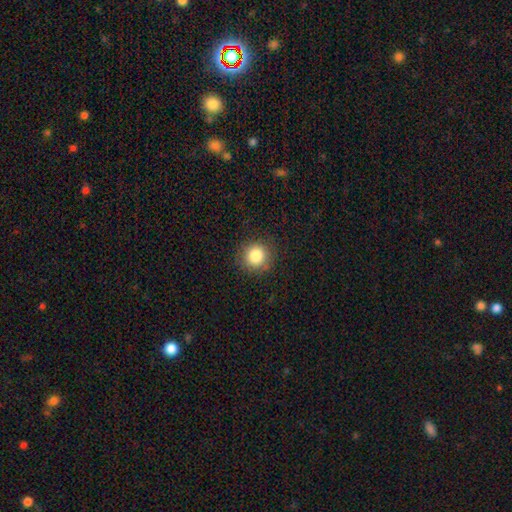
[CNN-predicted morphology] The model was most divided on "smooth or featured": smooth: 84%, star or artifact: 10%, featured or disk: 6%. More confident: how rounded — round (93%); merging — none (88%).